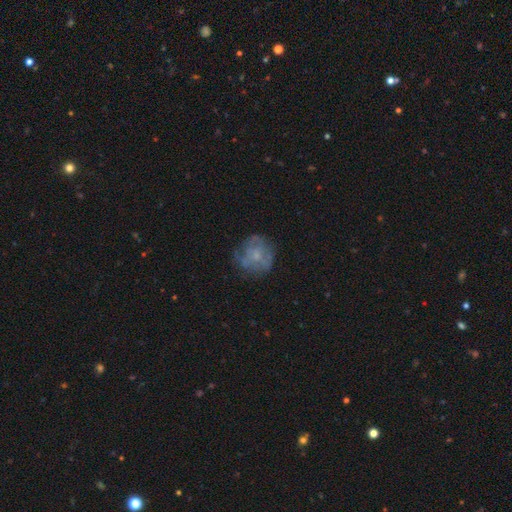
A featured or disk galaxy (55%) with no bar (95%), no spiral arms (67%) and a small central bulge (62%). Merging: none (65%).